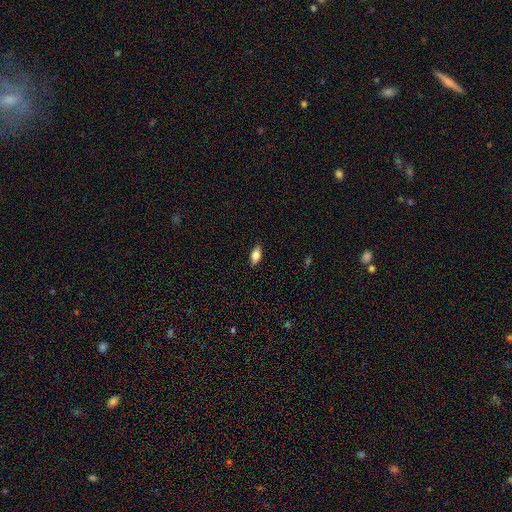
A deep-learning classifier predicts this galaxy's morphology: Smooth or featured? Predicted: smooth (p=0.83). How rounded? Predicted: in between (p=0.88). Merging? Predicted: none (p=0.86).